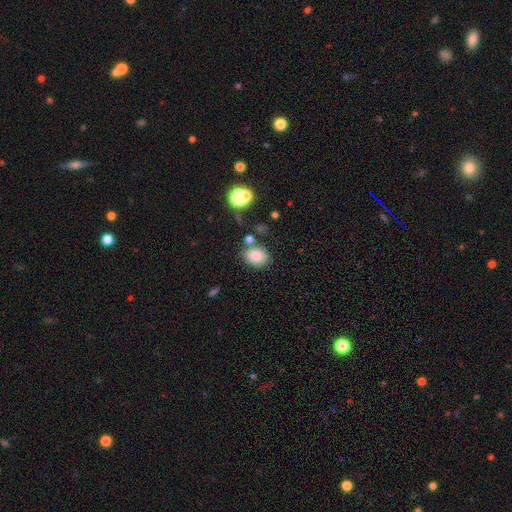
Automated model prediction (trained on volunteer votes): The model was most divided on "how rounded": in between: 62%, round: 37%, cigar-shaped: 1%. More confident: smooth or featured — smooth (83%); merging — none (73%).